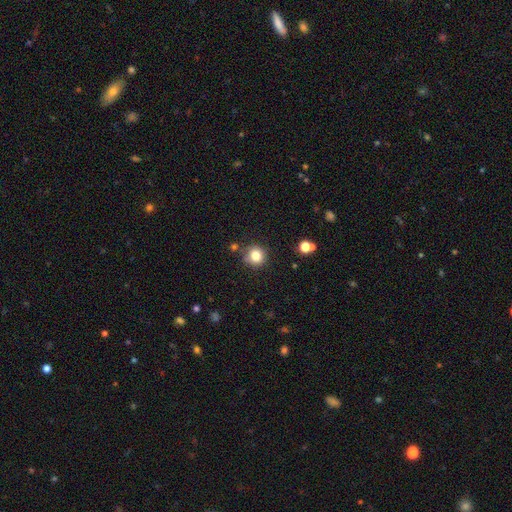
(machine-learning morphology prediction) Smooth or featured?
  - smooth: 82% *
  - star or artifact: 12%
  - featured or disk: 6%
How rounded?
  - round: 91% *
  - in between: 8%
  - cigar-shaped: 1%
Merging?
  - none: 79% *
  - minor disturbance: 11%
  - merger: 6%
  - major disturbance: 3%